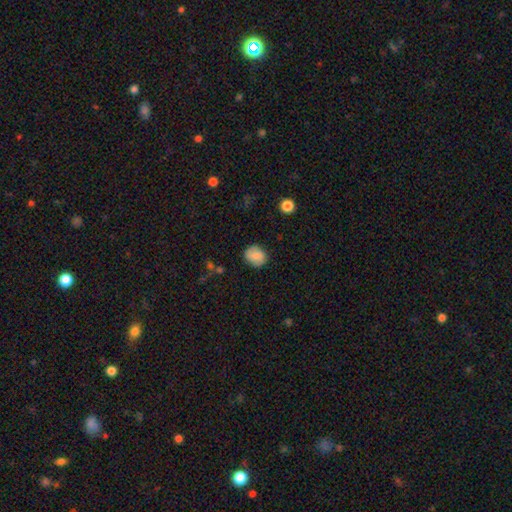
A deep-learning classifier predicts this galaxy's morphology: A smooth galaxy with no disk features (76%) that is round (70%).

Vote fractions:
- Smooth or featured? smooth: 76% / featured or disk: 16% / star or artifact: 8%
- How rounded? round: 70% / in between: 29% / cigar-shaped: 1%
- Merging? none: 82% / minor disturbance: 13% / major disturbance: 3% / merger: 1%